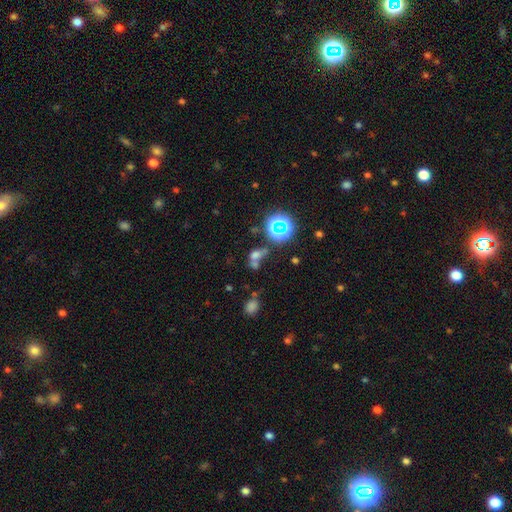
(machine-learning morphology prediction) smooth_or_featured: smooth (p=0.52) [alt: star or artifact p=0.33]
how_rounded: in between (p=0.51) [alt: round p=0.45]
merging: merger (p=0.45) [alt: none p=0.34]